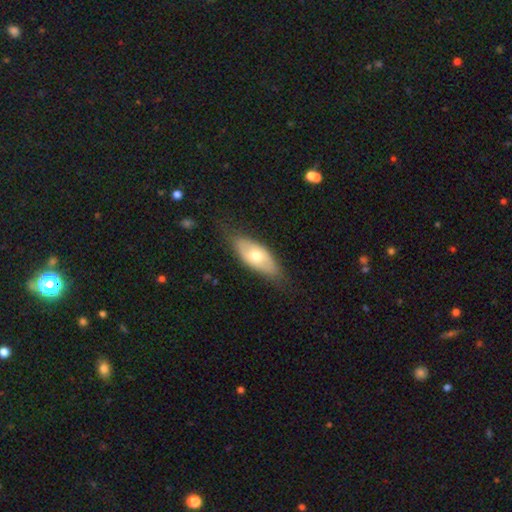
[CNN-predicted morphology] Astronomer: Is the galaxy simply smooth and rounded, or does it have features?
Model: smooth — 56% (runner-up: featured or disk, 39%).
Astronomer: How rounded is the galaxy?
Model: in between — 84%.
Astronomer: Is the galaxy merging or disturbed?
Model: none — 74%.